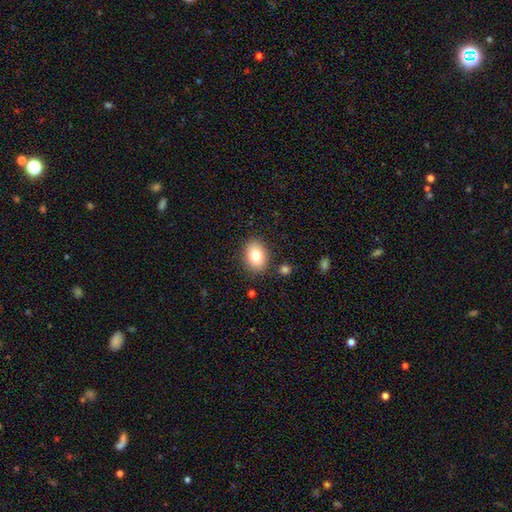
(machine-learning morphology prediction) Smooth or featured? Predicted: smooth (p=0.80). How rounded? Predicted: in between (p=0.71). Merging? Predicted: none (p=0.86).